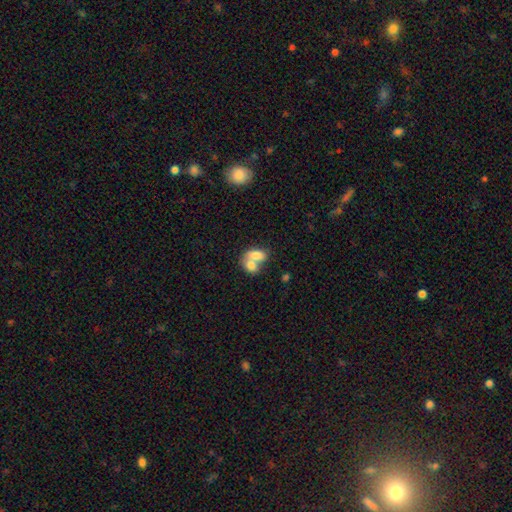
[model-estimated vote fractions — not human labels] Smooth or featured? Predicted: smooth (p=0.74). How rounded? Predicted: in between (p=0.82). Merging? Predicted: merger (p=0.74).